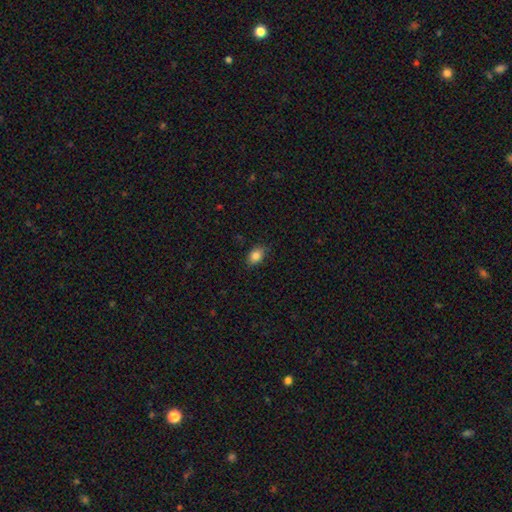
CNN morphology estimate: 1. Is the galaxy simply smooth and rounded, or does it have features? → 86% smooth, 9% star or artifact, 5% featured or disk.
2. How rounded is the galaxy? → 82% in between, 17% round, 1% cigar-shaped.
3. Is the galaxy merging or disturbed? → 82% none, 14% minor disturbance, 3% major disturbance, 1% merger.